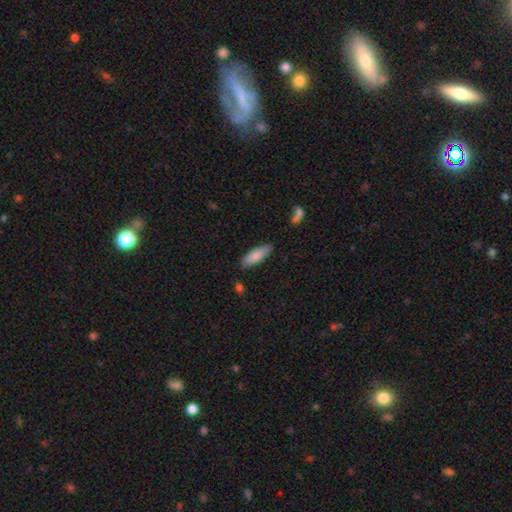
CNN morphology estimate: smooth 82%, featured or disk 12%, star or artifact 6%. Down the decision tree: how rounded — in between (61%); merging — none (83%).